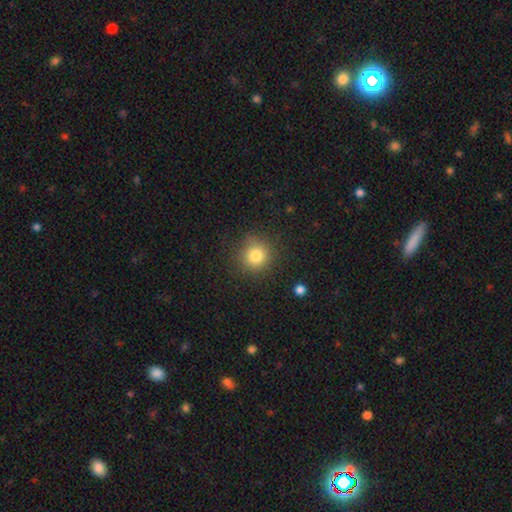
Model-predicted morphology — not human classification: smooth 80%, star or artifact 13%, featured or disk 7%. Down the decision tree: how rounded — round (90%); merging — none (85%).